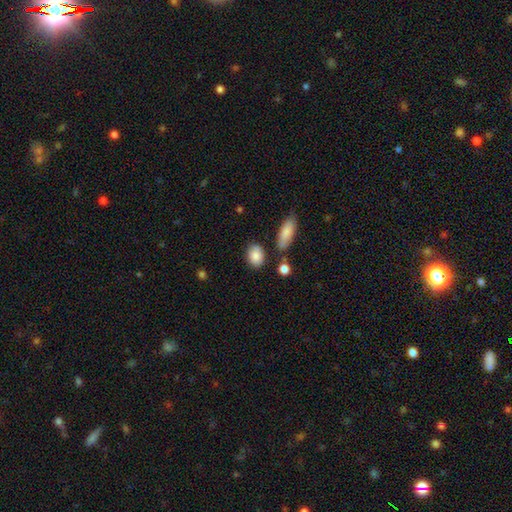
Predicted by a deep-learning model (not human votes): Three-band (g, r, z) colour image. It shows a smooth galaxy with no disk features (86%) that is in between round and cigar-shaped (71%). Merging: none (76%).